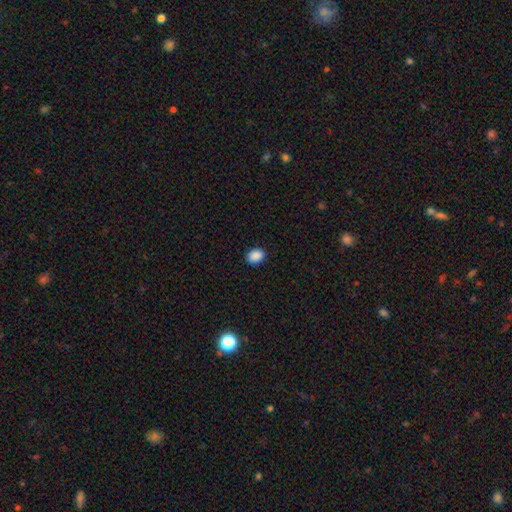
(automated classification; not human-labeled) Overall: smooth (89%). How rounded: in between (59%; round 40%). Merging: none (90%).